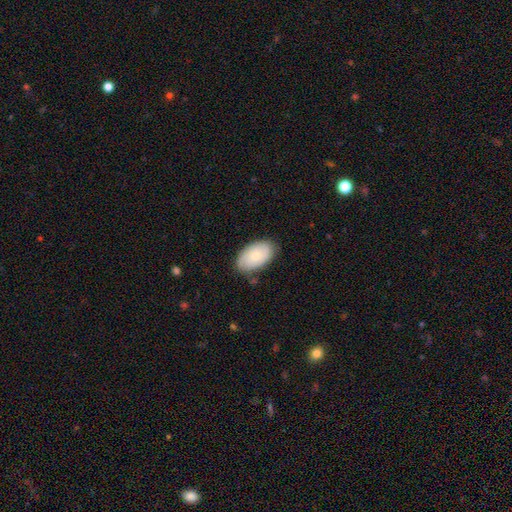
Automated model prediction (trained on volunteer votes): Overall: smooth (60%; featured or disk 33%). How rounded: in between (93%). Merging: none (77%).